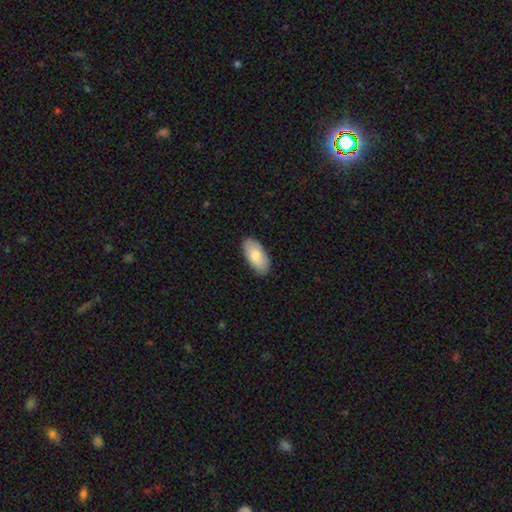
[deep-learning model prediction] A smooth galaxy with no disk features (79%) that is in between round and cigar-shaped (94%).

Vote fractions:
- Smooth or featured? smooth: 79% / featured or disk: 15% / star or artifact: 6%
- How rounded? in between: 94% / cigar-shaped: 3% / round: 2%
- Merging? none: 87% / minor disturbance: 10% / major disturbance: 2% / merger: 1%